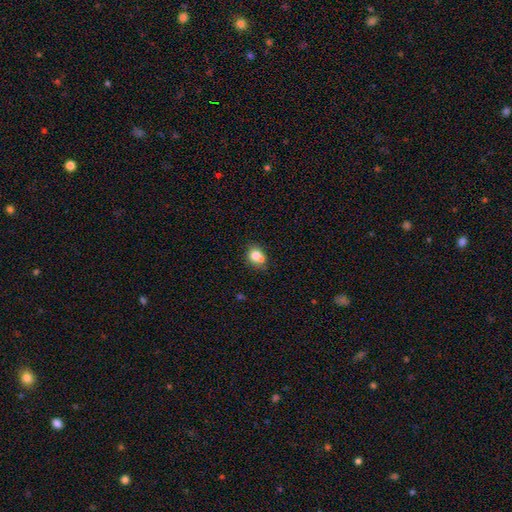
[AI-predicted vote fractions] Smooth or featured? smooth (76%)
How rounded? round (64%)
Merging? none (49%)